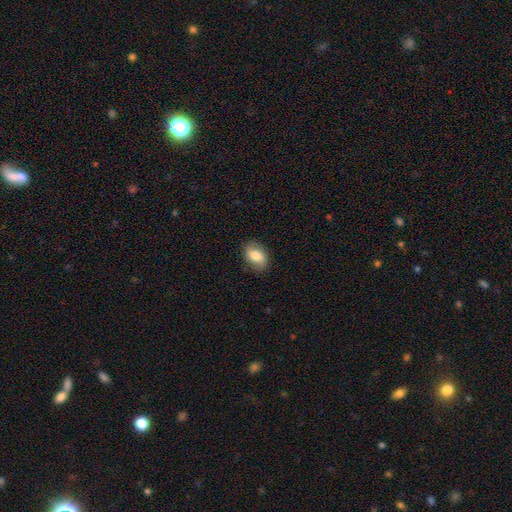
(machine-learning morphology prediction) smooth 70%, featured or disk 22%, star or artifact 7%. Down the decision tree: how rounded — in between (81%); merging — none (82%).